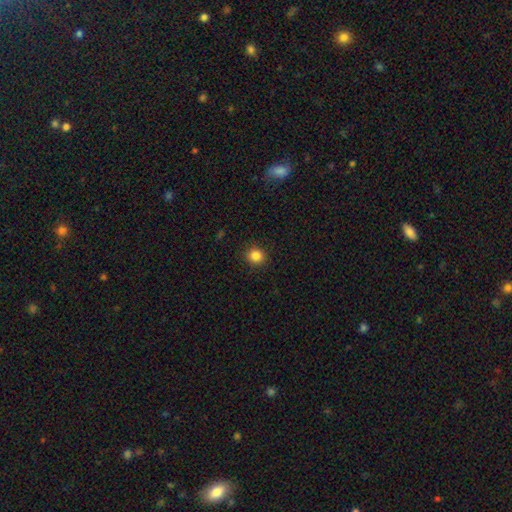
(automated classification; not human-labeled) A smooth galaxy with no disk features (85%) that is round (90%).

Vote fractions:
- Smooth or featured? smooth: 85% / star or artifact: 11% / featured or disk: 4%
- How rounded? round: 90% / in between: 9% / cigar-shaped: 1%
- Merging? none: 91% / minor disturbance: 6% / major disturbance: 2% / merger: 1%